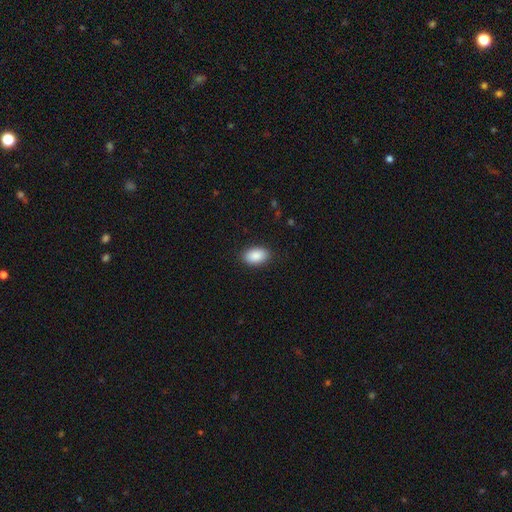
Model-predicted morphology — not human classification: Q: Smooth or featured?
A: smooth (90%); runner-up: star or artifact (7%)
Q: How rounded?
A: in between (92%); runner-up: round (7%)
Q: Merging?
A: none (89%); runner-up: minor disturbance (8%)